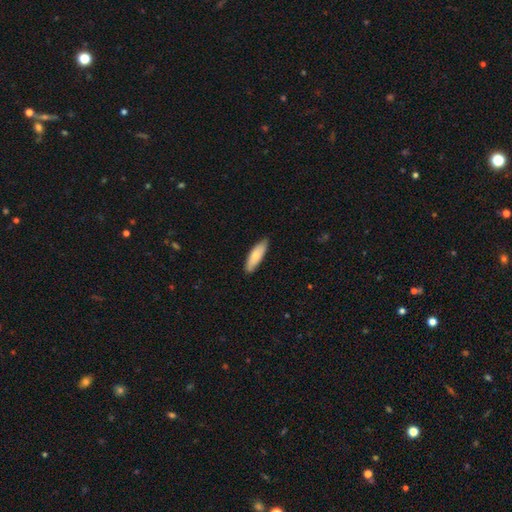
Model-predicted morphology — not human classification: This is likely a smooth galaxy (74%). How rounded: possibly in between (53%). Merging: clearly none (84%).